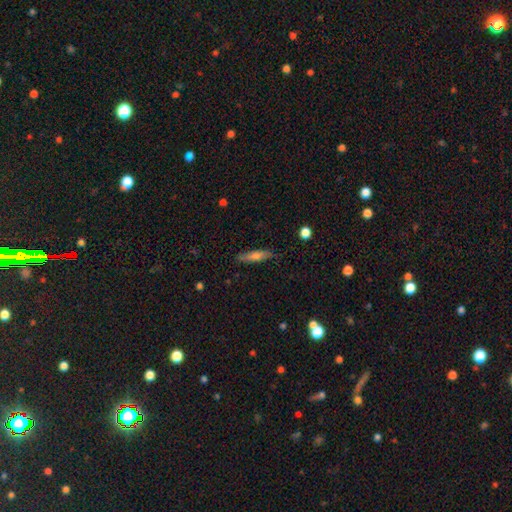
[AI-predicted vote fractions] smooth 61%, featured or disk 32%, star or artifact 7%. Down the decision tree: how rounded — cigar-shaped (81%); merging — none (85%).